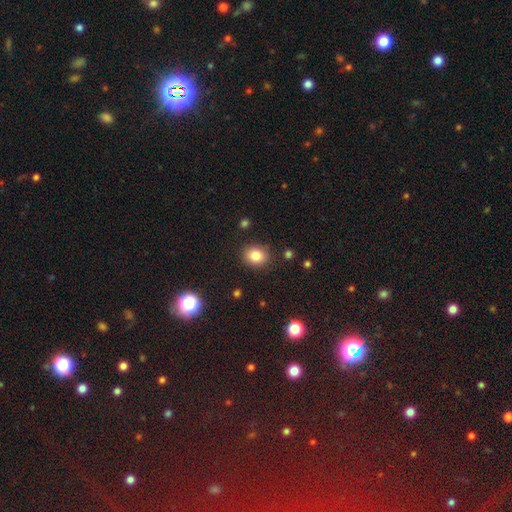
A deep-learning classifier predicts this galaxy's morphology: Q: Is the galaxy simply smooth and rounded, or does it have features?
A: smooth — 84%.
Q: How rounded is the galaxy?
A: round — 62%.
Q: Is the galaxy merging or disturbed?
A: none — 86%.